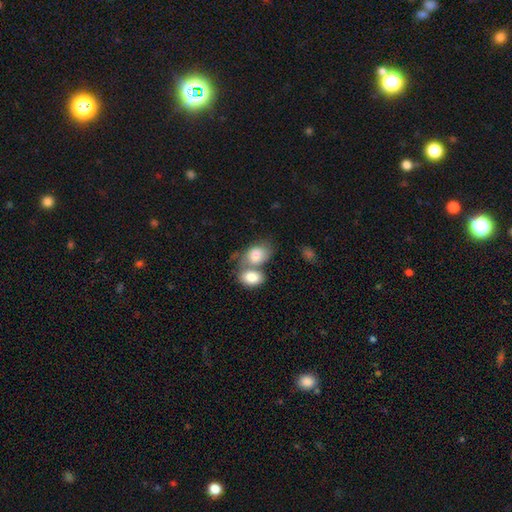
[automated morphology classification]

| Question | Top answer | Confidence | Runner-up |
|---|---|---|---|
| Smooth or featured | smooth | 81% | featured or disk (13%) |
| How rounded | in between | 81% | round (18%) |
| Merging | merger | 60% | none (24%) |